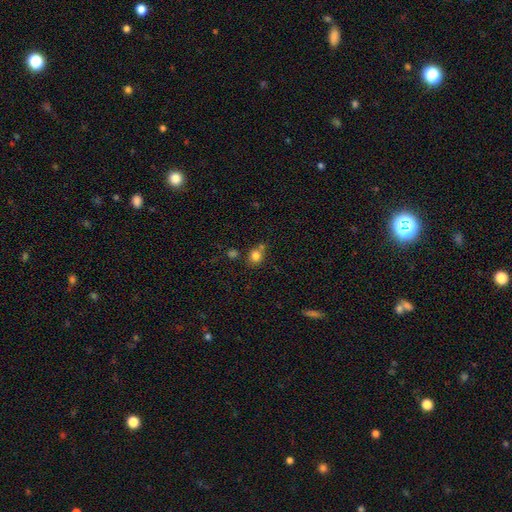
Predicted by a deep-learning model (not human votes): Smooth or featured?
  - smooth: 81% *
  - star or artifact: 12%
  - featured or disk: 7%
How rounded?
  - round: 79% *
  - in between: 20%
  - cigar-shaped: 1%
Merging?
  - none: 62% *
  - merger: 22%
  - minor disturbance: 13%
  - major disturbance: 4%